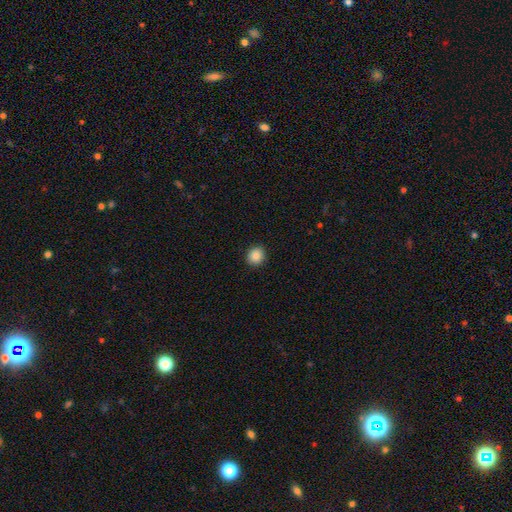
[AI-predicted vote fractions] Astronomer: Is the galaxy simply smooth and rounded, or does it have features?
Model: smooth — 88%.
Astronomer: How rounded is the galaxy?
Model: round — 80%.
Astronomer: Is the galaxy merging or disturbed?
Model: none — 91%.